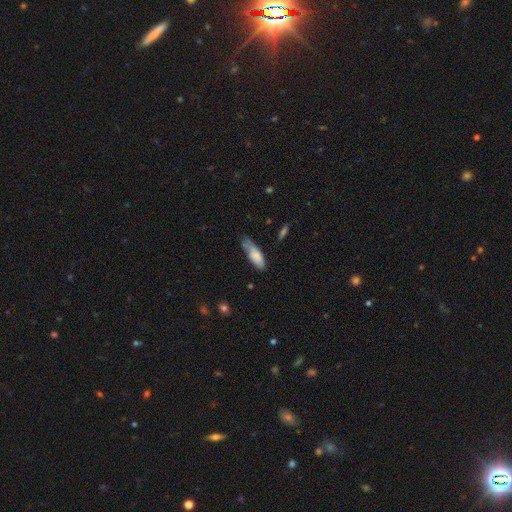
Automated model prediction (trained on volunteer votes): Smooth or featured: smooth — 80% (featured or disk — 14%)
How rounded: in between — 62% (cigar-shaped — 36%)
Merging: minor disturbance — 42% (tied with none — 42%)